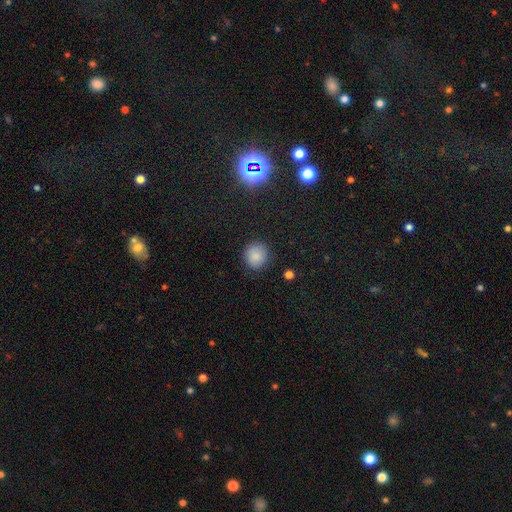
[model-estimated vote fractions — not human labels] This appears to be a smooth galaxy with no disk features (85%) that is round (91%). Merging: none (87%).